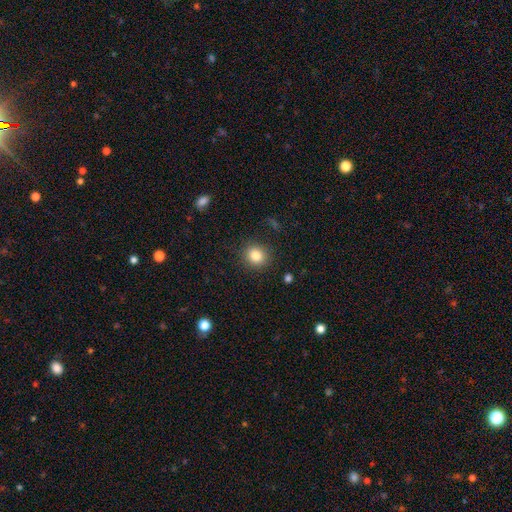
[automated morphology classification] Smooth or featured: smooth — 83% (star or artifact — 11%)
How rounded: round — 83% (in between — 16%)
Merging: none — 88% (minor disturbance — 8%)